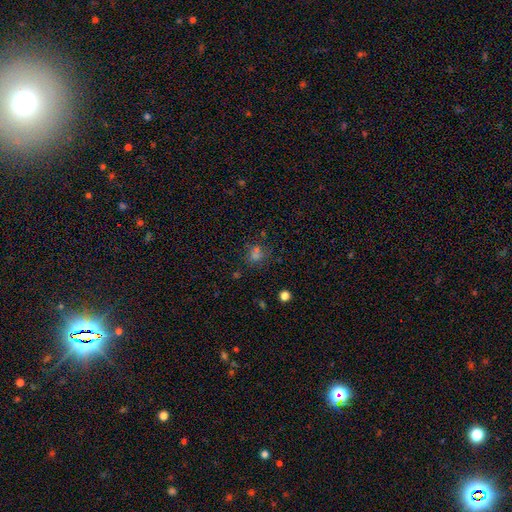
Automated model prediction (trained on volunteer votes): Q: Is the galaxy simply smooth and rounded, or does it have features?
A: smooth — 58%.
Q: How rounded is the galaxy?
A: round — 73%.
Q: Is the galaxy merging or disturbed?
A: none — 69%.